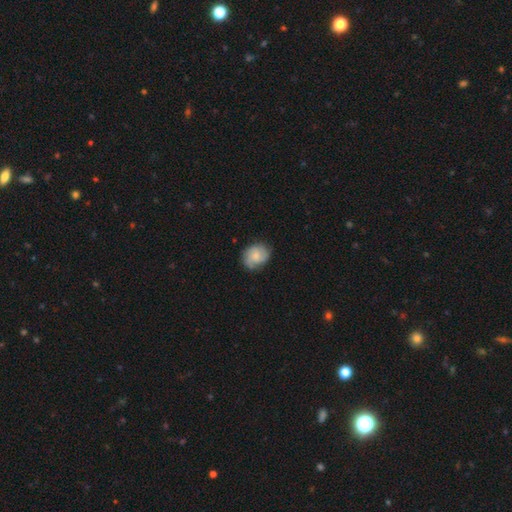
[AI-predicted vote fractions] This is possibly a smooth galaxy (53%). How rounded: possibly round (55%). Merging: likely none (75%).